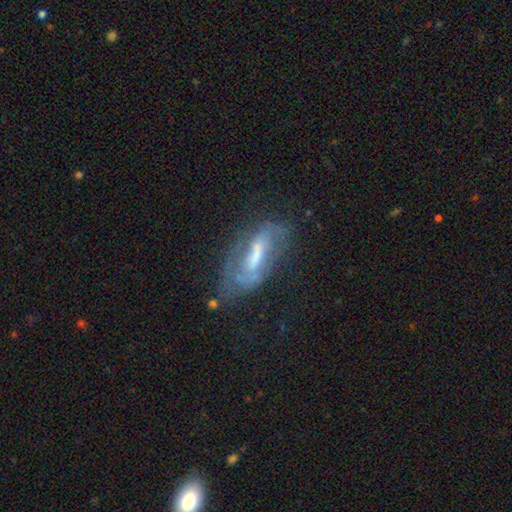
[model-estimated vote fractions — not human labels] This is likely a featured or disk galaxy (65%). It is clearly not viewed edge-on (83%). Bar: marginally strong (43%). Spiral arm pattern: likely yes (61%). Central bulge: marginally moderate (41%). Merging: possibly none (49%).